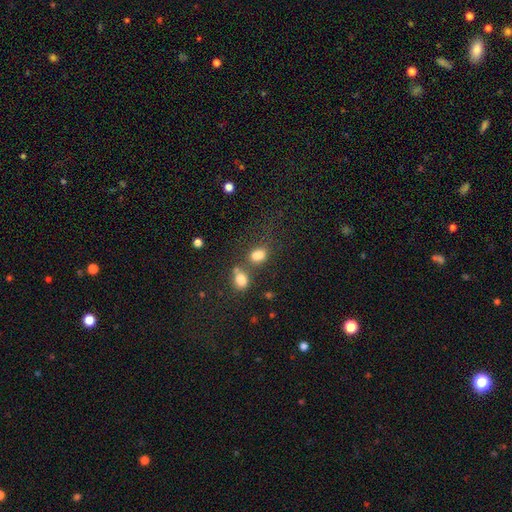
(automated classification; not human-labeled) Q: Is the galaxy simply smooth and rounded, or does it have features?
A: smooth — 77%.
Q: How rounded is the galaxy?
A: in between — 66%.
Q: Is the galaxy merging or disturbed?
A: merger — 41%.